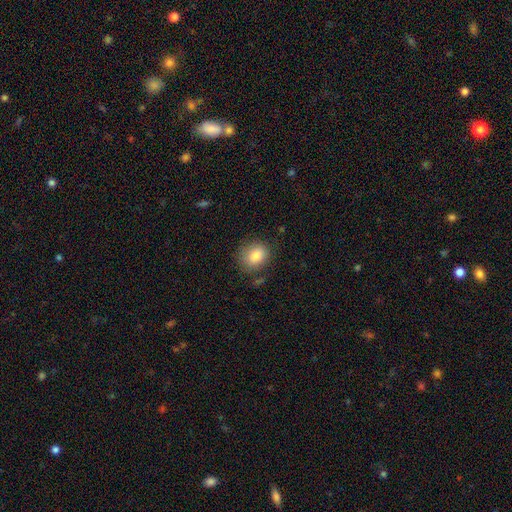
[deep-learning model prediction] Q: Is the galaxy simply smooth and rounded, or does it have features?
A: smooth — 82%.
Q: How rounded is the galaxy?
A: round — 53%.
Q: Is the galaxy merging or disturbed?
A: none — 78%.